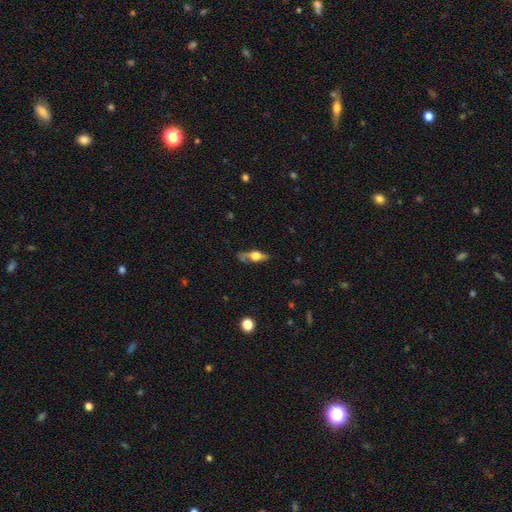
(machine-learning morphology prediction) This is possibly a featured or disk galaxy (51%). It is clearly viewed edge-on (81%). Merging: likely none (62%).